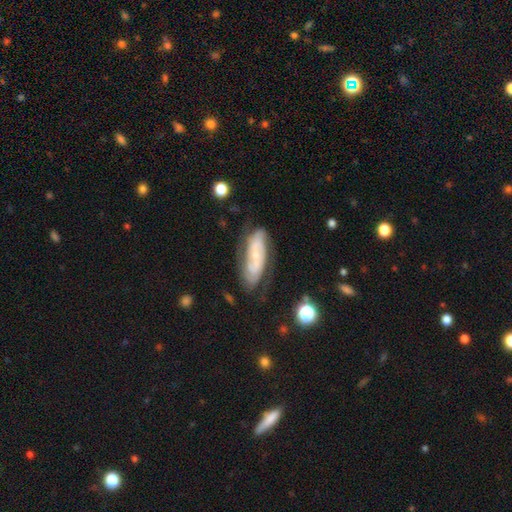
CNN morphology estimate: Overall: featured or disk (71%). Edge-on disk: no (88%). Bar: no (56%; weak 29%). Spiral arms: yes (89%). Spiral arm count: 2 (62%; can't tell 26%). Spiral winding: tight (49%; medium 36%). Bulge size: small (73%). Merging: none (70%).